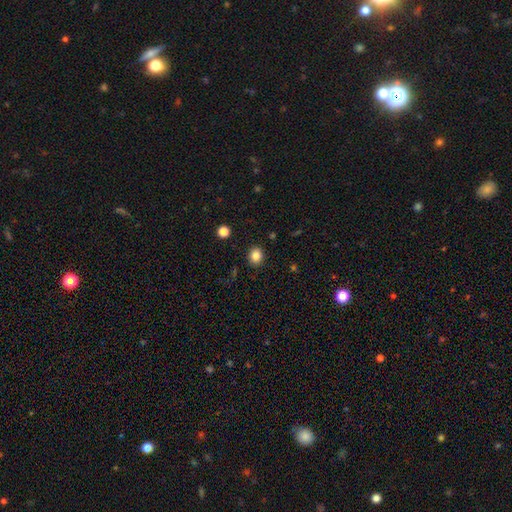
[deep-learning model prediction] Smooth or featured? smooth (84%)
How rounded? round (74%)
Merging? none (90%)